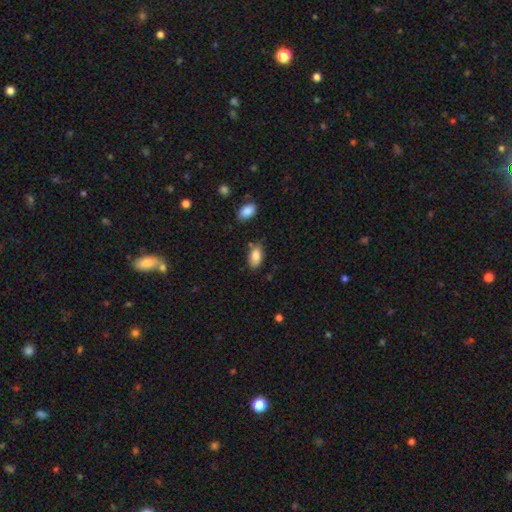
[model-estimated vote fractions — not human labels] smooth_or_featured: smooth (p=0.85) [alt: star or artifact p=0.08]
how_rounded: in between (p=0.93) [alt: round p=0.04]
merging: none (p=0.73) [alt: minor disturbance p=0.18]